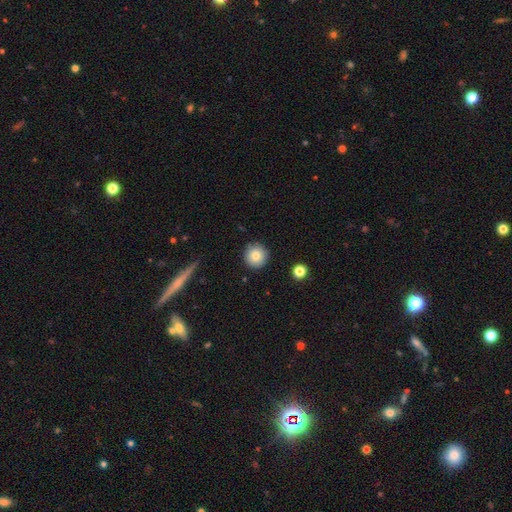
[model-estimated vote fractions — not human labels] Smooth or featured? Predicted: smooth (p=0.79). How rounded? Predicted: round (p=0.95). Merging? Predicted: none (p=0.90).